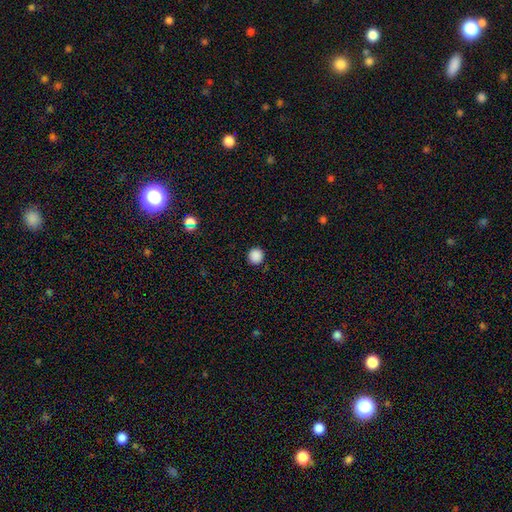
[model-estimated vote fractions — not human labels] Smooth or featured?
  - smooth: 87% *
  - star or artifact: 10%
  - featured or disk: 2%
How rounded?
  - round: 94% *
  - in between: 5%
  - cigar-shaped: 1%
Merging?
  - none: 92% *
  - minor disturbance: 5%
  - major disturbance: 2%
  - merger: 1%